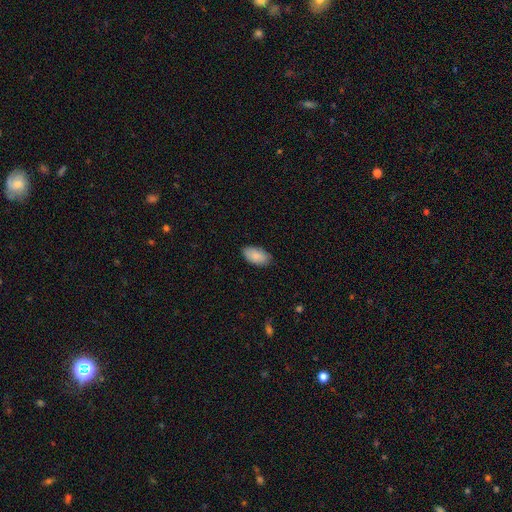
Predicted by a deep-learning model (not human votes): Smooth or featured: smooth — 88% (featured or disk — 6%)
How rounded: in between — 95% (round — 3%)
Merging: none — 84% (minor disturbance — 13%)